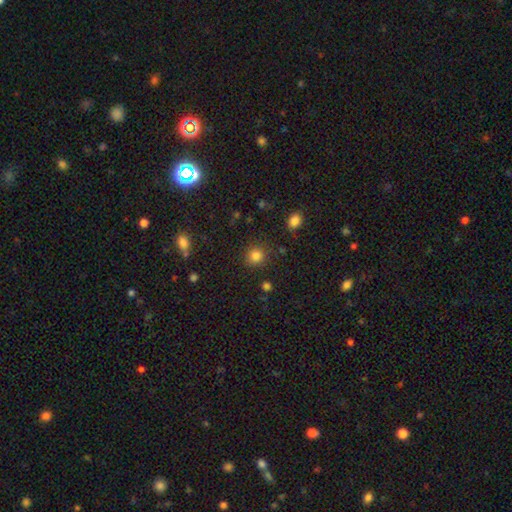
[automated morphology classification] type=smooth (83%); roundness=round (87%); merging=none (87%).